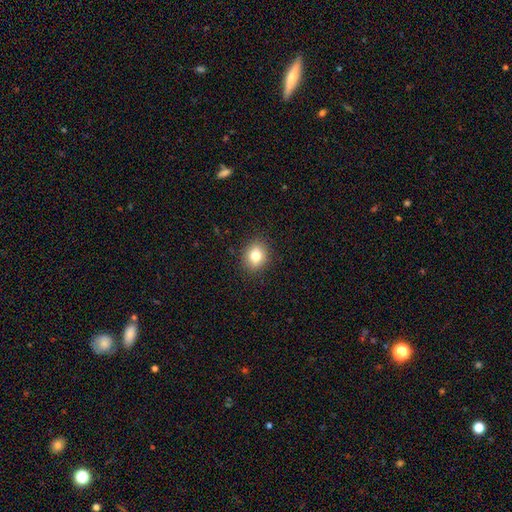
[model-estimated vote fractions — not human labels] Morphology: type=smooth (78%); roundness=round (59%); merging=none (89%).